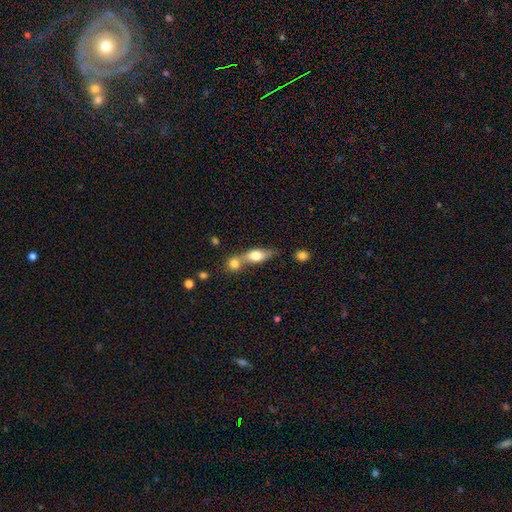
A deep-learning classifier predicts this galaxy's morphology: smooth-or-featured: smooth: 67% | featured or disk: 26% | star or artifact: 8%
  how-rounded: in between: 70% | cigar-shaped: 18% | round: 12%
  merging: merger: 52% | none: 34% | minor disturbance: 10% | major disturbance: 5%